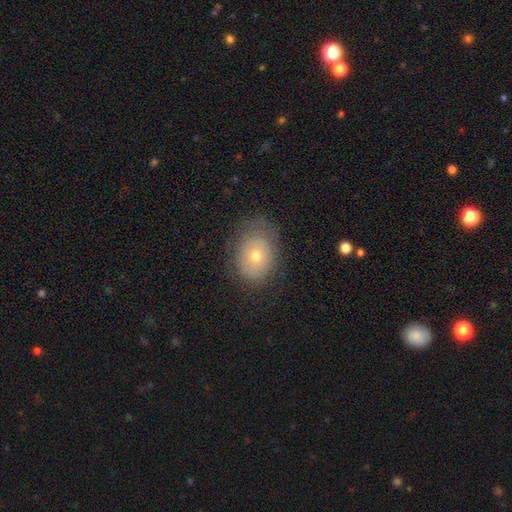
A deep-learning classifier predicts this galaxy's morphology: A smooth galaxy with no disk features (59%) that is in between round and cigar-shaped (62%). Merging: none (68%).